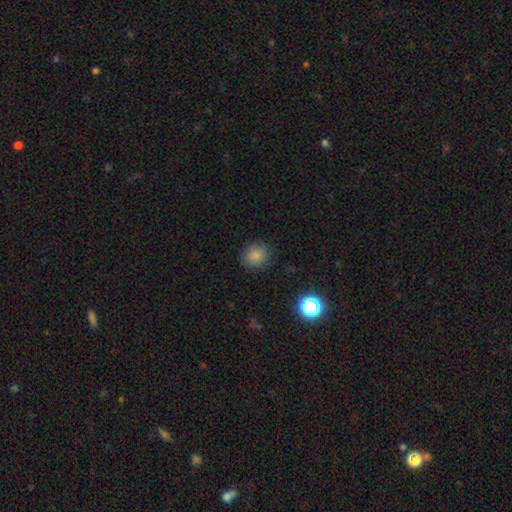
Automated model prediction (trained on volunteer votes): smooth-or-featured: smooth: 82% | star or artifact: 12% | featured or disk: 5%
  how-rounded: round: 80% | in between: 19% | cigar-shaped: 1%
  merging: none: 85% | minor disturbance: 11% | major disturbance: 3% | merger: 1%